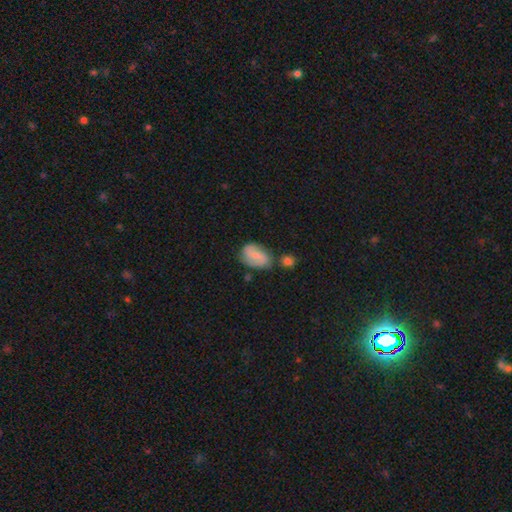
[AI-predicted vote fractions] smooth_or_featured: smooth (p=0.50) [alt: featured or disk p=0.42]
merging: none (p=0.56) [alt: minor disturbance p=0.23]